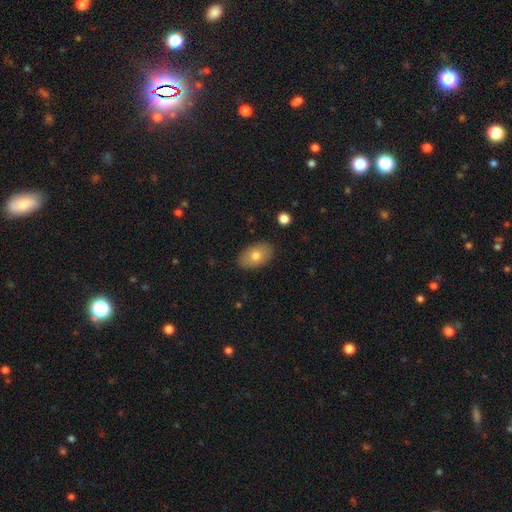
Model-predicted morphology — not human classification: smooth 74%, featured or disk 18%, star or artifact 7%. Down the decision tree: how rounded — in between (91%); merging — none (87%).